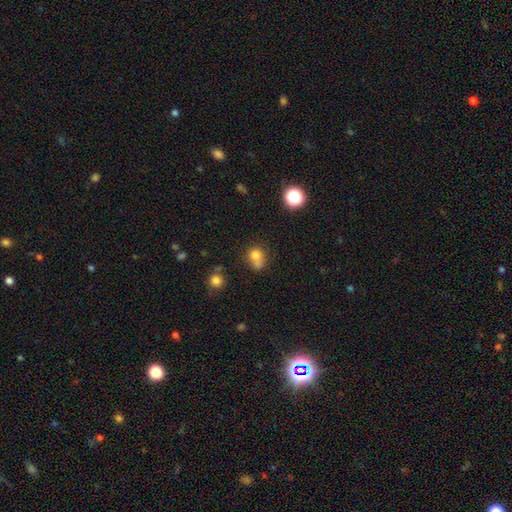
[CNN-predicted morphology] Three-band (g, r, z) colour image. It shows a smooth galaxy with no disk features (74%) that is round (70%). Merging: merger (41%).